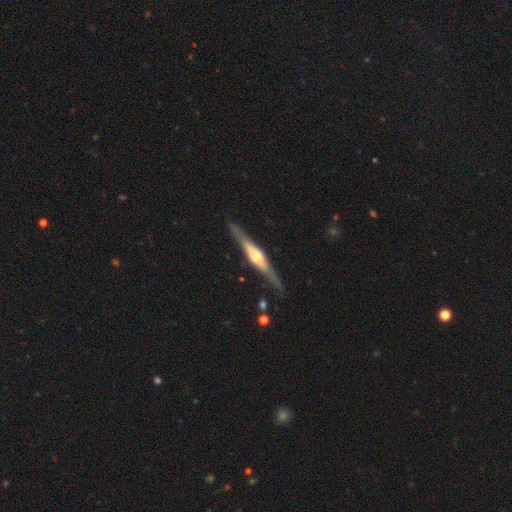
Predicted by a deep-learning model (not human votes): Smooth or featured? featured or disk (79%)
Edge-on disk? yes (98%)
Edge-on bulge? rounded (69%)
Merging? none (86%)